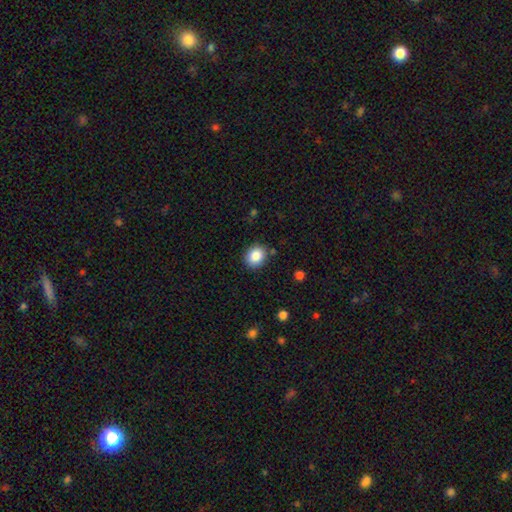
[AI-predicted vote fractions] Smooth or featured? smooth (87%)
How rounded? round (68%)
Merging? none (86%)